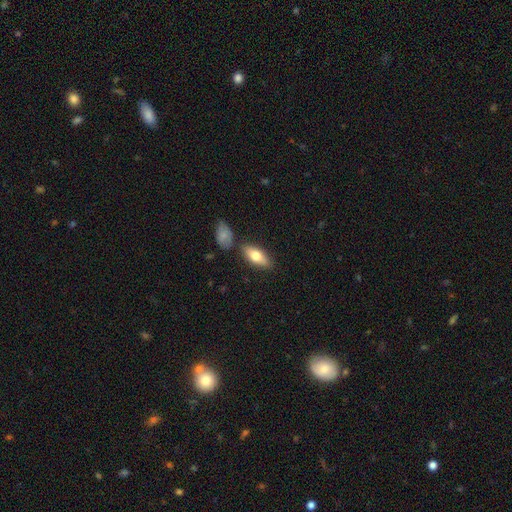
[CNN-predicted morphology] Overall: smooth (72%). How rounded: in between (81%). Merging: none (77%).